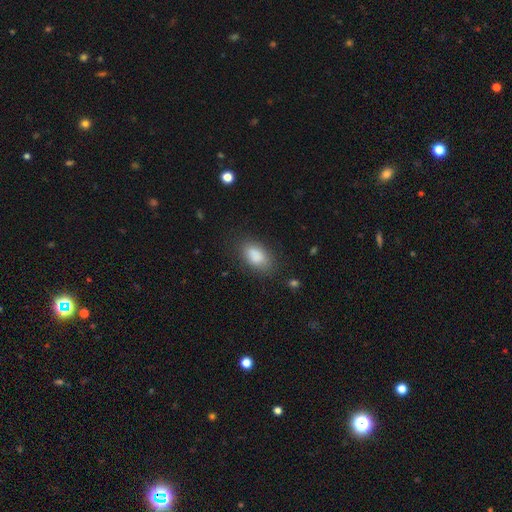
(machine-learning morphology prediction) type=smooth (87%); roundness=in between (91%); merging=none (79%).